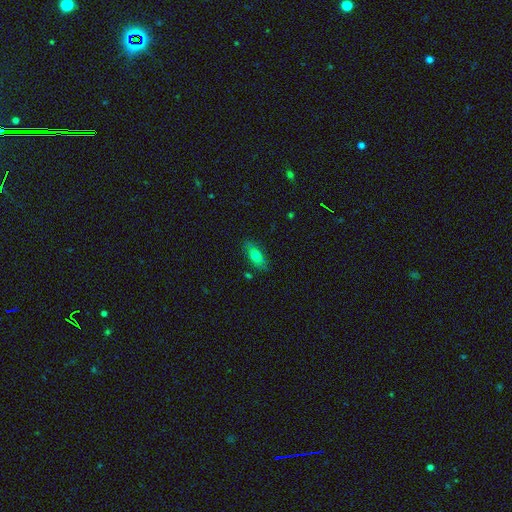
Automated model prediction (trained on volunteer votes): smooth-or-featured: smooth: 70% | featured or disk: 22% | star or artifact: 8%
  how-rounded: in between: 73% | cigar-shaped: 23% | round: 4%
  merging: none: 83% | minor disturbance: 12% | major disturbance: 2% | merger: 2%